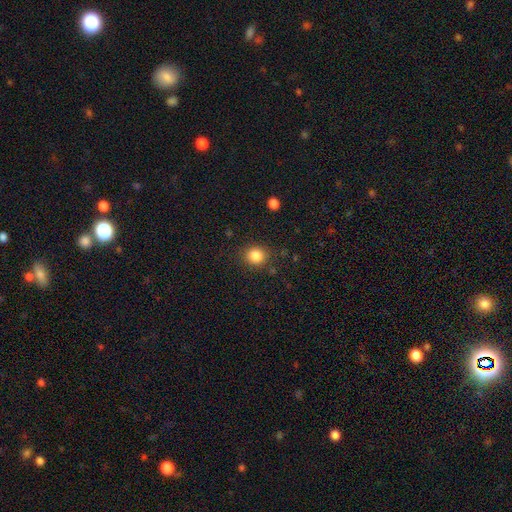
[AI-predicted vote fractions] Smooth or featured?
  - smooth: 84% *
  - star or artifact: 11%
  - featured or disk: 5%
How rounded?
  - round: 78% *
  - in between: 21%
  - cigar-shaped: 1%
Merging?
  - none: 86% *
  - minor disturbance: 9%
  - major disturbance: 3%
  - merger: 2%